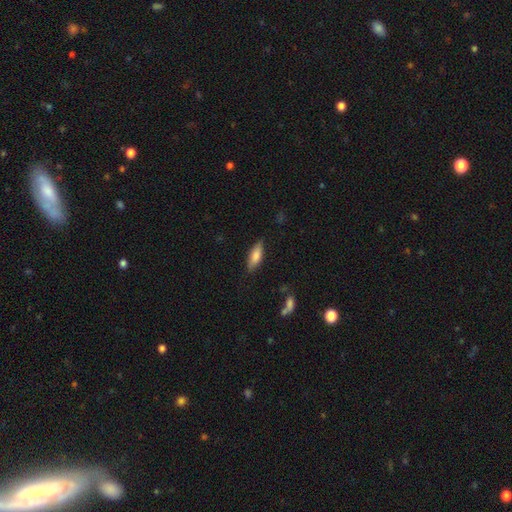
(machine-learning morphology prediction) Q: Smooth or featured?
A: smooth (77%); runner-up: featured or disk (17%)
Q: How rounded?
A: in between (63%); runner-up: cigar-shaped (35%)
Q: Merging?
A: none (81%); runner-up: minor disturbance (14%)